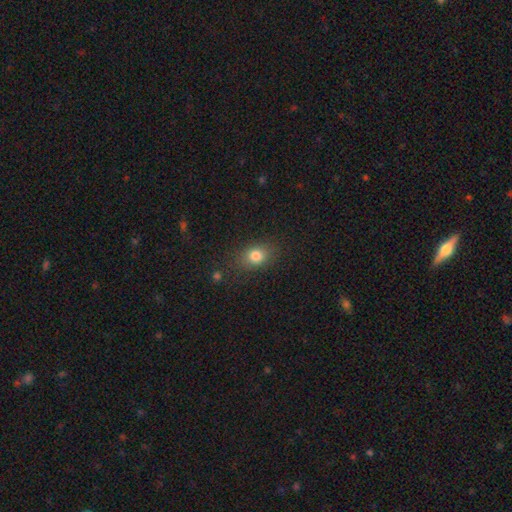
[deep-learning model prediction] smooth_or_featured: smooth (p=0.79) [alt: star or artifact p=0.12]
how_rounded: in between (p=0.57) [alt: round p=0.41]
merging: none (p=0.80) [alt: minor disturbance p=0.13]